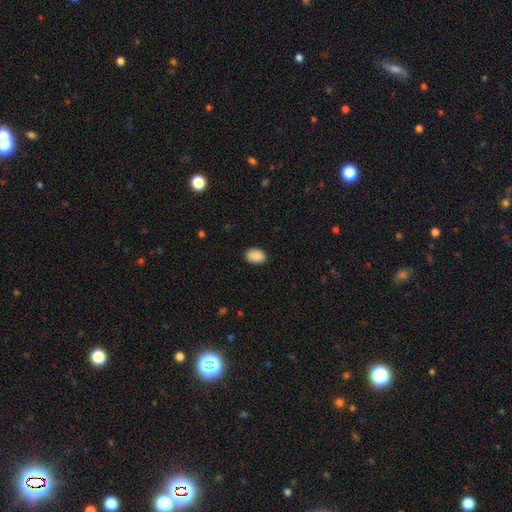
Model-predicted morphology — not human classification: type=smooth (90%); roundness=in between (87%); merging=none (89%).